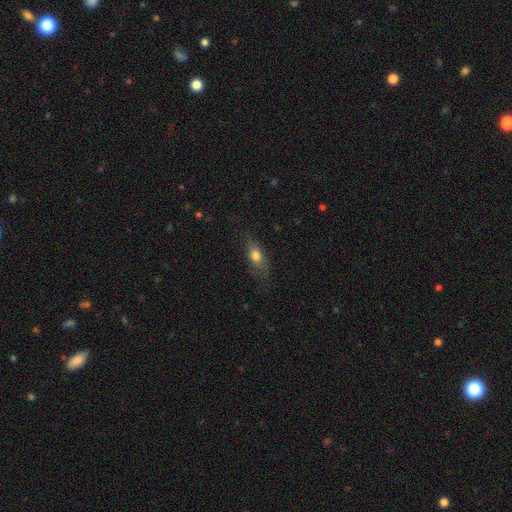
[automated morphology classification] smooth-or-featured: smooth: 72% | featured or disk: 20% | star or artifact: 8%
  how-rounded: in between: 73% | cigar-shaped: 19% | round: 8%
  merging: none: 67% | minor disturbance: 22% | major disturbance: 9% | merger: 1%